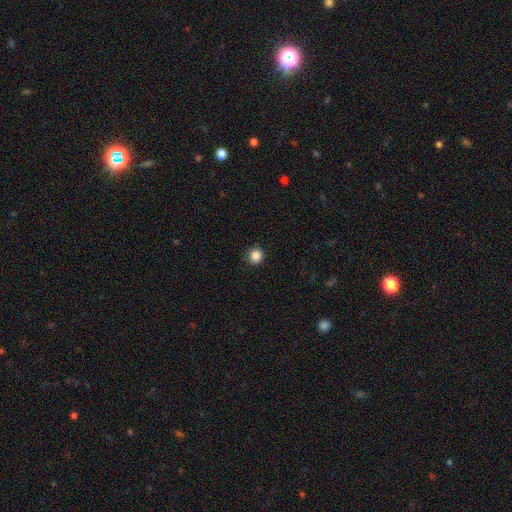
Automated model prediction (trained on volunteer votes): Q: Smooth or featured?
A: smooth (86%); runner-up: star or artifact (11%)
Q: How rounded?
A: round (89%); runner-up: in between (10%)
Q: Merging?
A: none (87%); runner-up: minor disturbance (10%)